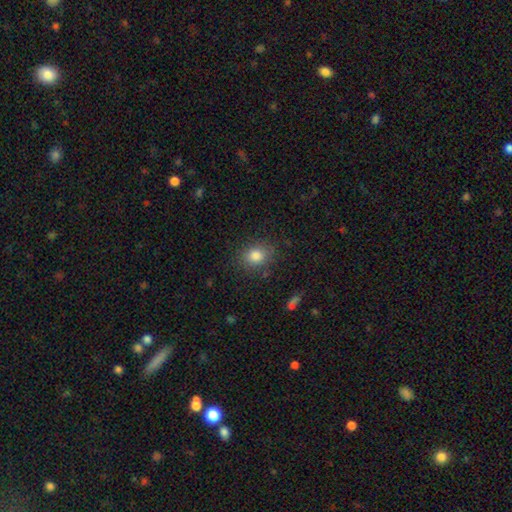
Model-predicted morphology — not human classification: A smooth galaxy with no disk features (83%) that is round (51%).

Vote fractions:
- Smooth or featured? smooth: 83% / star or artifact: 10% / featured or disk: 6%
- How rounded? round: 51% / in between: 48% / cigar-shaped: 1%
- Merging? none: 81% / minor disturbance: 13% / major disturbance: 4% / merger: 2%